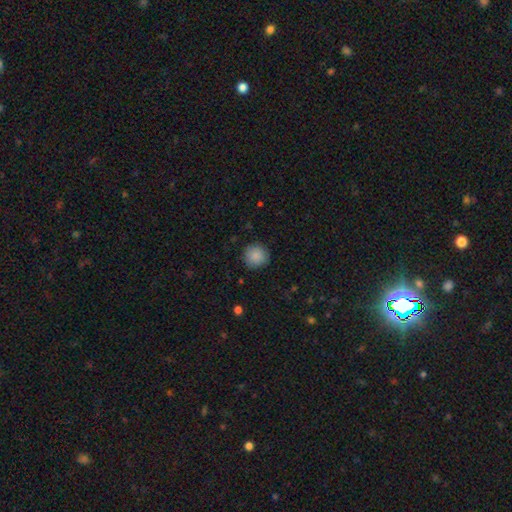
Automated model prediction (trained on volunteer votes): Morphology: type=smooth (88%); roundness=round (94%); merging=none (89%).